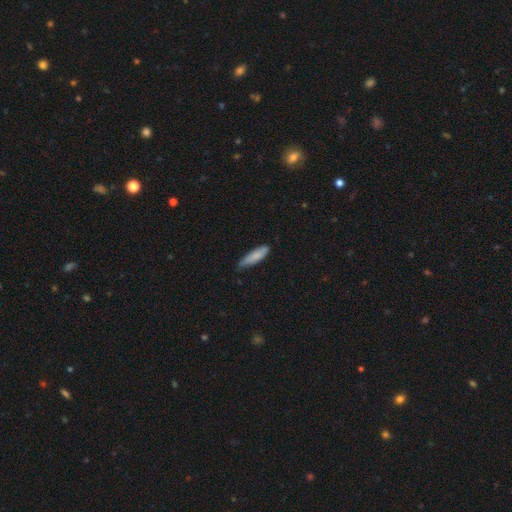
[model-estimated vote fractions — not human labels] A smooth galaxy with no disk features (82%) that is cigar-shaped (68%).

Vote fractions:
- Smooth or featured? smooth: 82% / featured or disk: 12% / star or artifact: 6%
- How rounded? cigar-shaped: 68% / in between: 30% / round: 1%
- Merging? none: 62% / minor disturbance: 32% / major disturbance: 4% / merger: 2%